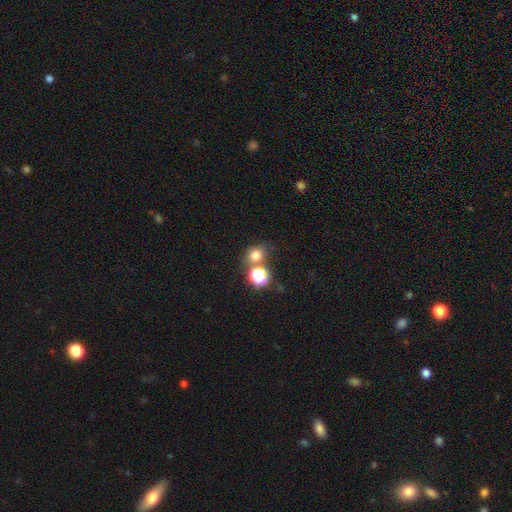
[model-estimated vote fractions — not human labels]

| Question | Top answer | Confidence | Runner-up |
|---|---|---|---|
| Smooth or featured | smooth | 72% | star or artifact (21%) |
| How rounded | round | 76% | in between (23%) |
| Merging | none | 60% | merger (25%) |